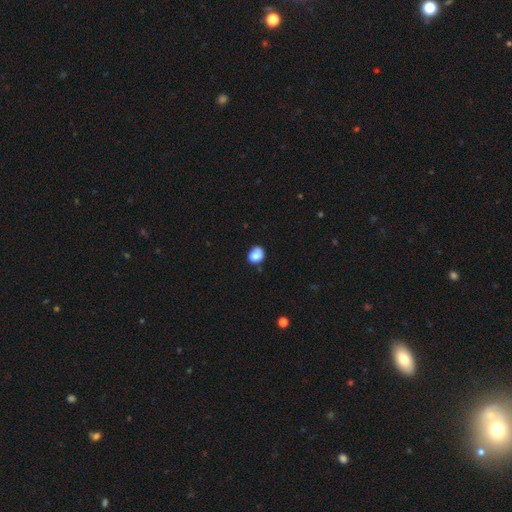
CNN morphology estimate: Smooth or featured: smooth — 80% (featured or disk — 11%)
How rounded: round — 56% (in between — 44%)
Merging: none — 56% (minor disturbance — 30%)